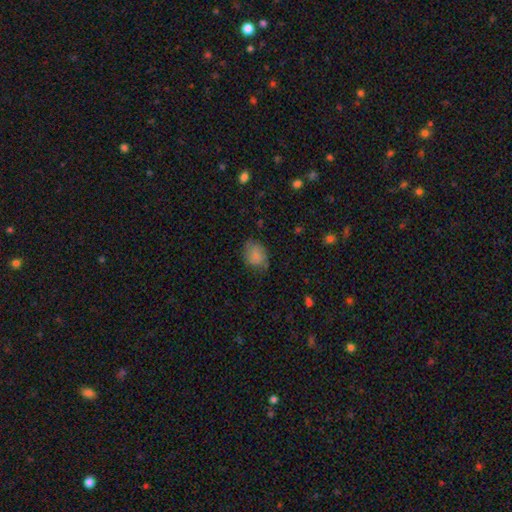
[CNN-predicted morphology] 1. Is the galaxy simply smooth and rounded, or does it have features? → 79% smooth, 13% featured or disk, 9% star or artifact.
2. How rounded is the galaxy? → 65% in between, 34% round, 1% cigar-shaped.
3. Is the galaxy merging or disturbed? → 62% none, 28% minor disturbance, 8% major disturbance, 1% merger.